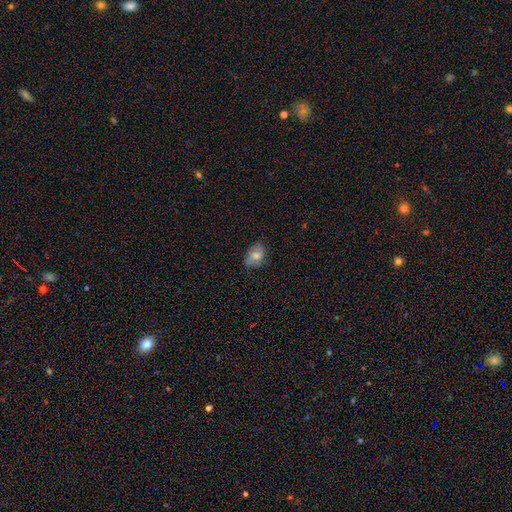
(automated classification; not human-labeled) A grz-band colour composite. It shows a smooth galaxy with no disk features (69%) that is in between round and cigar-shaped (76%). Merging: none (70%).